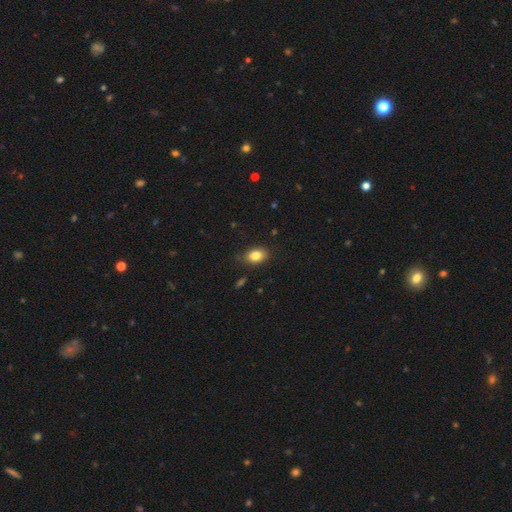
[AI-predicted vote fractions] This appears to be a smooth galaxy with no disk features (83%) that is in between round and cigar-shaped (79%). Merging: none (81%).